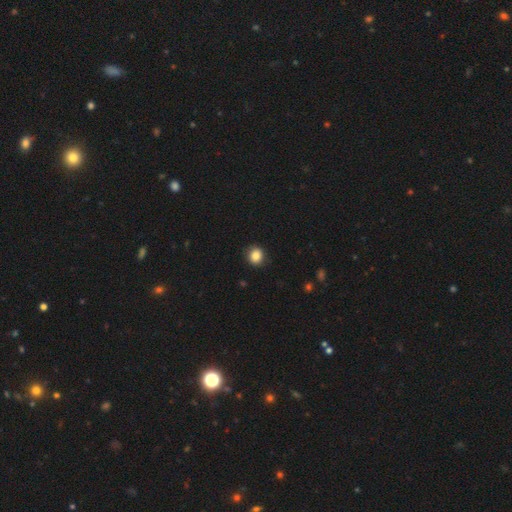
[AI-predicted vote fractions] smooth 84%, star or artifact 10%, featured or disk 6%. Down the decision tree: how rounded — round (82%); merging — none (89%).